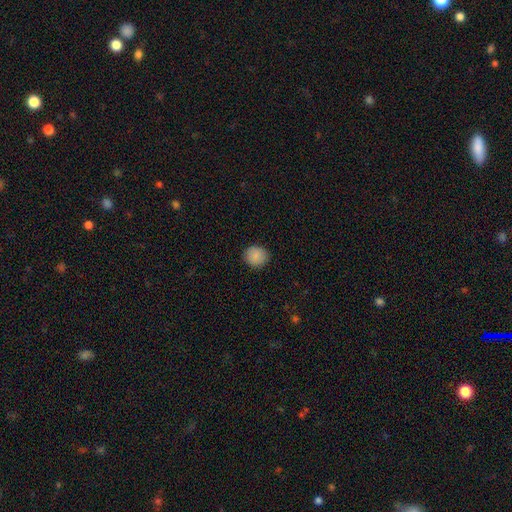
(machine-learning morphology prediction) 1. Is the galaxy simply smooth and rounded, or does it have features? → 88% smooth, 8% star or artifact, 4% featured or disk.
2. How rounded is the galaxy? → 84% round, 15% in between, 1% cigar-shaped.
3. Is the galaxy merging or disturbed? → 90% none, 7% minor disturbance, 2% major disturbance, 1% merger.